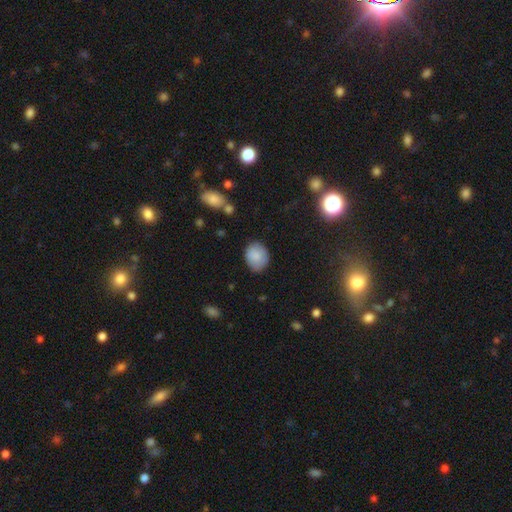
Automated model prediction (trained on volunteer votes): Smooth or featured?
  - smooth: 86% *
  - star or artifact: 8%
  - featured or disk: 7%
How rounded?
  - round: 55% *
  - in between: 44%
  - cigar-shaped: 1%
Merging?
  - none: 80% *
  - minor disturbance: 16%
  - major disturbance: 3%
  - merger: 2%